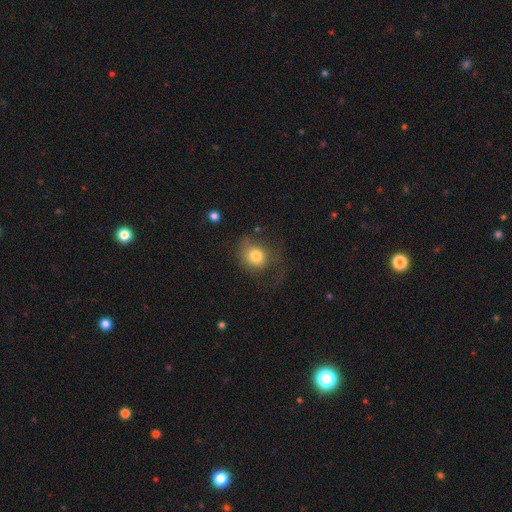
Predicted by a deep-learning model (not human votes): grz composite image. It shows a smooth galaxy with no disk features (77%) that is round (69%). Merging: none (50%).